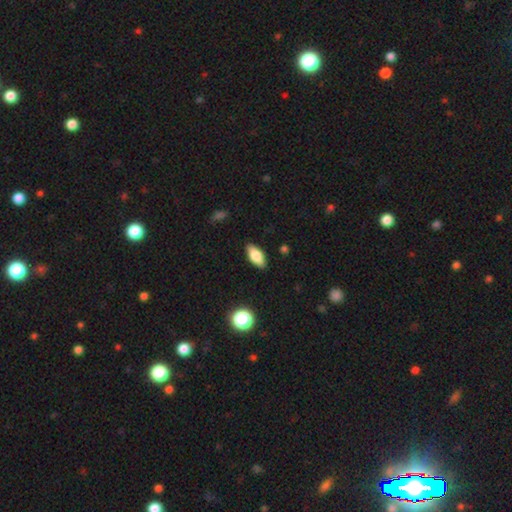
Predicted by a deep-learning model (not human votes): Smooth or featured?
  - smooth: 73% *
  - featured or disk: 19%
  - star or artifact: 8%
How rounded?
  - in between: 82% *
  - cigar-shaped: 14%
  - round: 3%
Merging?
  - none: 87% *
  - minor disturbance: 10%
  - major disturbance: 2%
  - merger: 1%